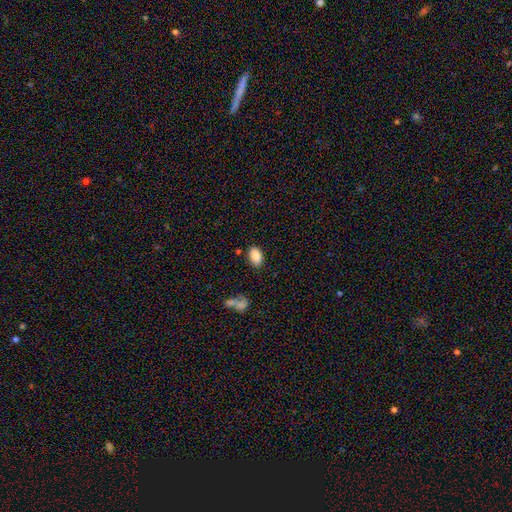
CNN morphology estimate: This appears to be a smooth galaxy with no disk features (86%) that is in between round and cigar-shaped (91%). Merging: none (82%).